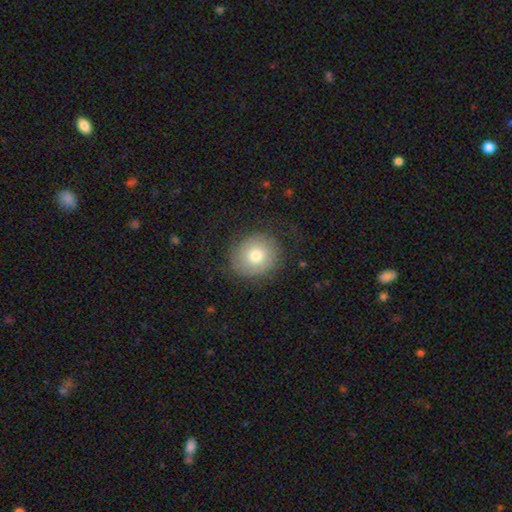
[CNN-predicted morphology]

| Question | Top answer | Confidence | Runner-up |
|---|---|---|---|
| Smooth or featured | smooth | 67% | featured or disk (24%) |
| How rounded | round | 81% | in between (18%) |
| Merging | none | 75% | minor disturbance (15%) |